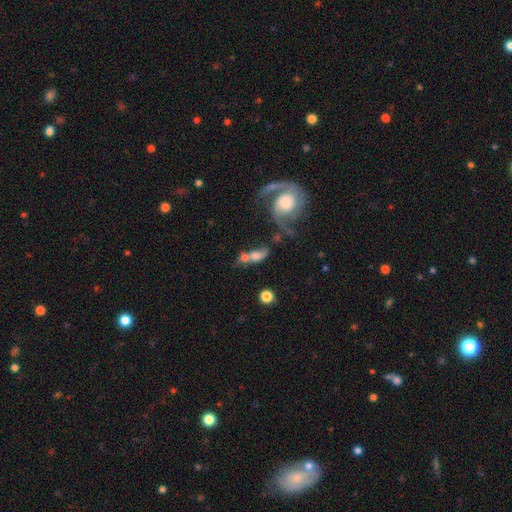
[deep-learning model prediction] smooth_or_featured: smooth (p=0.51) [alt: featured or disk p=0.38]
how_rounded: in between (p=0.64) [alt: round p=0.20]
merging: merger (p=0.45) [alt: none p=0.27]